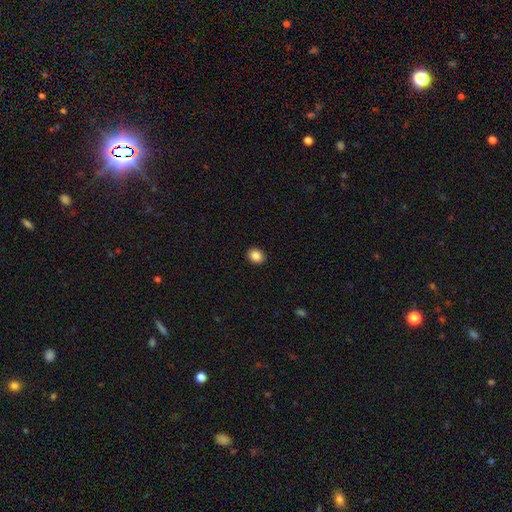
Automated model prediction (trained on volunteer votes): Q: Smooth or featured?
A: smooth (86%); runner-up: star or artifact (9%)
Q: How rounded?
A: round (66%); runner-up: in between (33%)
Q: Merging?
A: none (92%); runner-up: minor disturbance (6%)